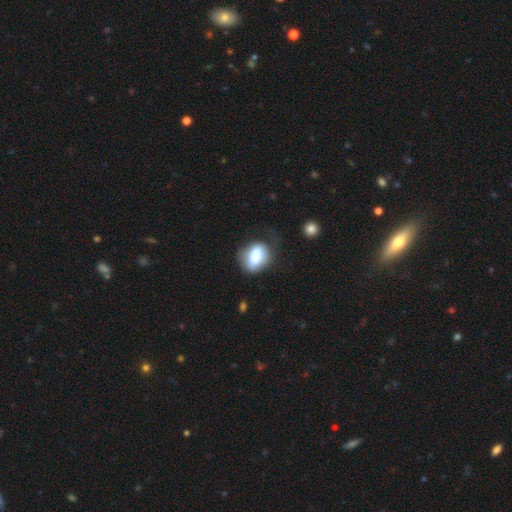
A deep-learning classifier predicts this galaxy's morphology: Smooth or featured? smooth (73%)
How rounded? in between (58%)
Merging? none (53%)